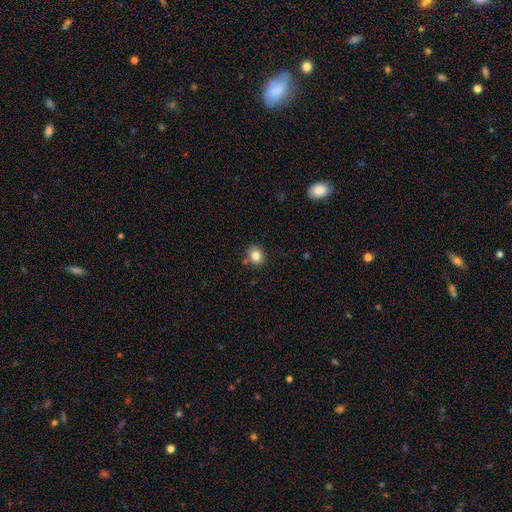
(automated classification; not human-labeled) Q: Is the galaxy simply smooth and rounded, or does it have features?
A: smooth — 83%.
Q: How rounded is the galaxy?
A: round — 65%.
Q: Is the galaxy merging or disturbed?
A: none — 81%.